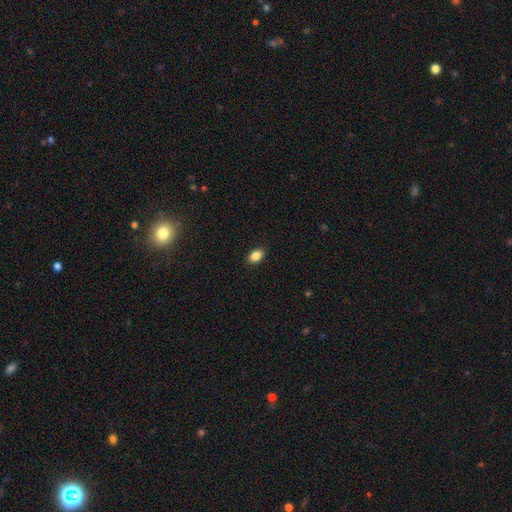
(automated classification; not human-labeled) The model was most divided on "how rounded": in between: 83%, round: 16%, cigar-shaped: 1%. More confident: merging — none (89%); smooth or featured — smooth (86%).